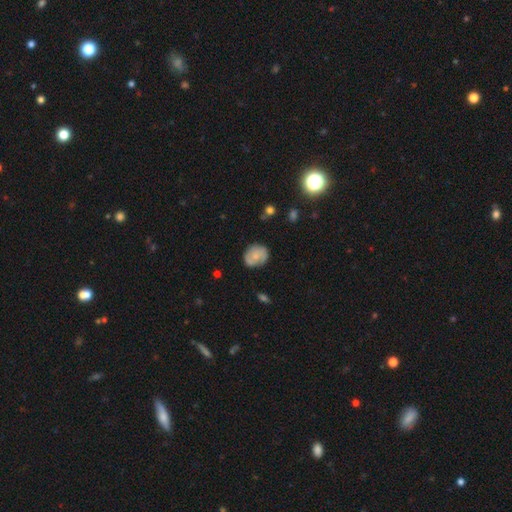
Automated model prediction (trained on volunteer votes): Smooth or featured?
  - smooth: 53% *
  - featured or disk: 40%
  - star or artifact: 8%
How rounded?
  - round: 64% *
  - in between: 35%
  - cigar-shaped: 1%
Merging?
  - none: 71% *
  - minor disturbance: 22%
  - major disturbance: 5%
  - merger: 2%